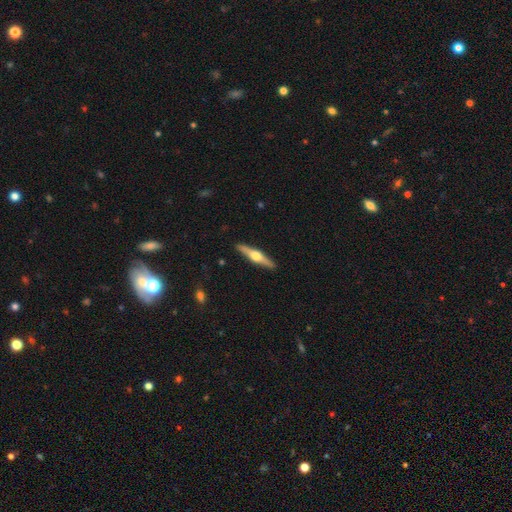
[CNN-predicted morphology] Smooth or featured: featured or disk — 70% (smooth — 25%)
Edge-on disk: yes — 97% (no — 3%)
Edge-on bulge: rounded — 95% (boxy — 3%)
Merging: none — 91% (minor disturbance — 6%)